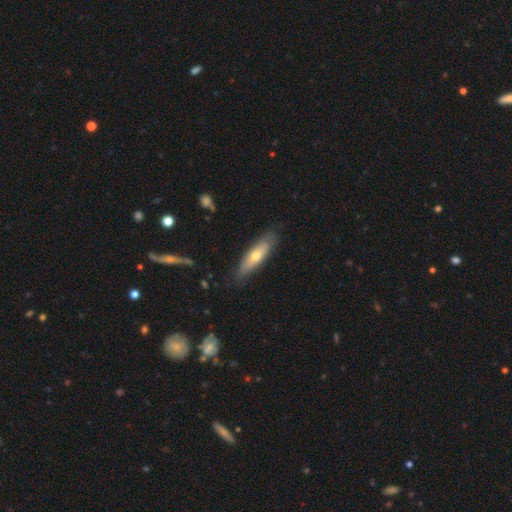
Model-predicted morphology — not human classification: smooth-or-featured: smooth: 56% | featured or disk: 39% | star or artifact: 5%
  how-rounded: cigar-shaped: 61% | in between: 37% | round: 2%
  merging: none: 82% | minor disturbance: 14% | major disturbance: 3% | merger: 1%